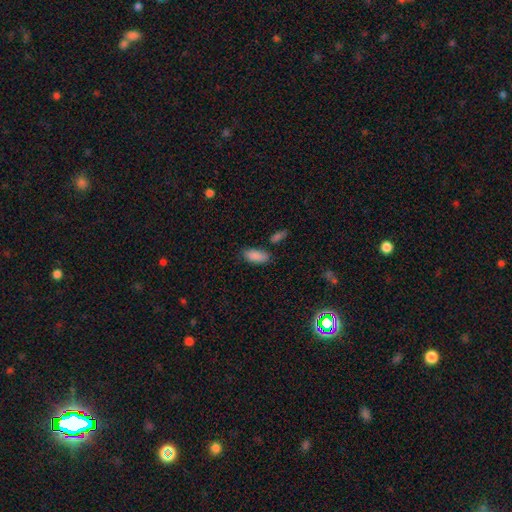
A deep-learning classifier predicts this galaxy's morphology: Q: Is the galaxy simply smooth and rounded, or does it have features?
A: smooth — 88%.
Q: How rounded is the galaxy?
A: in between — 90%.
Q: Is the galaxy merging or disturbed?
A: none — 73%.